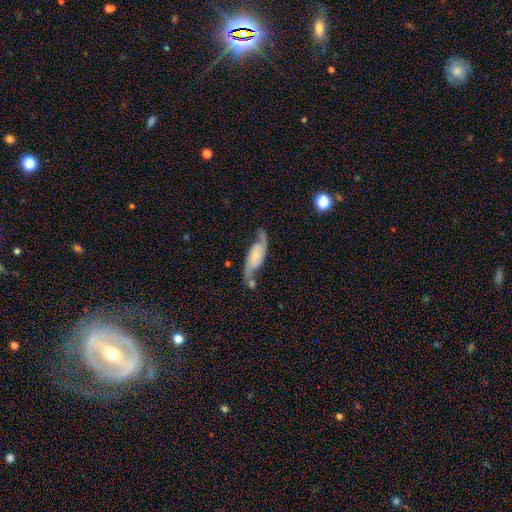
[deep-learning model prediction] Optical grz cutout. It shows a featured or disk galaxy (79%) with no bar (65%), 2 (90%) loose (54%) spiral arms (94%) and a small central bulge (63%). Merging: none (57%).